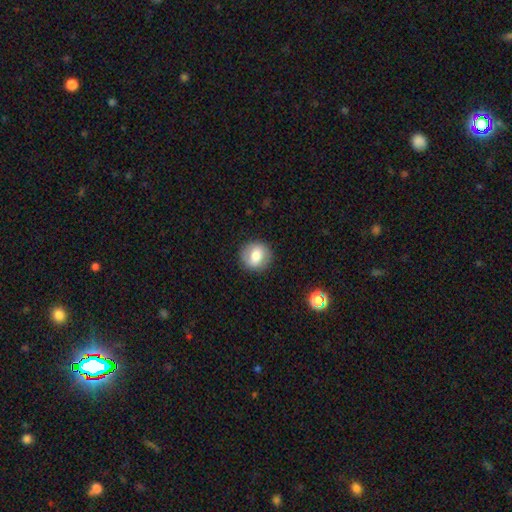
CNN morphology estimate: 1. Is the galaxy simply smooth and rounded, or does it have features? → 69% smooth, 23% featured or disk, 8% star or artifact.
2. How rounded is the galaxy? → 85% round, 14% in between, 1% cigar-shaped.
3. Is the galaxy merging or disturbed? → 87% none, 9% minor disturbance, 3% major disturbance, 1% merger.